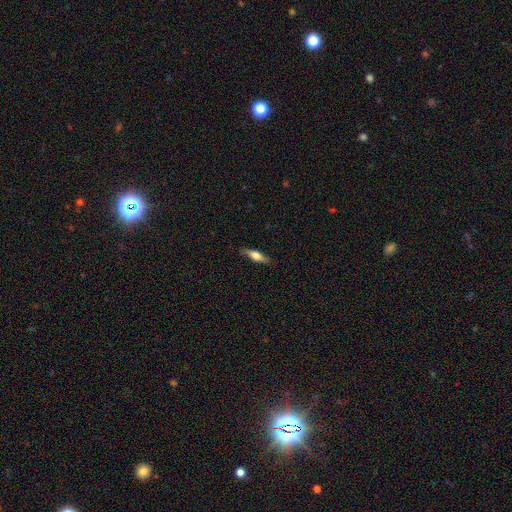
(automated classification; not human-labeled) This is possibly a smooth galaxy (48%). Merging: clearly none (81%).